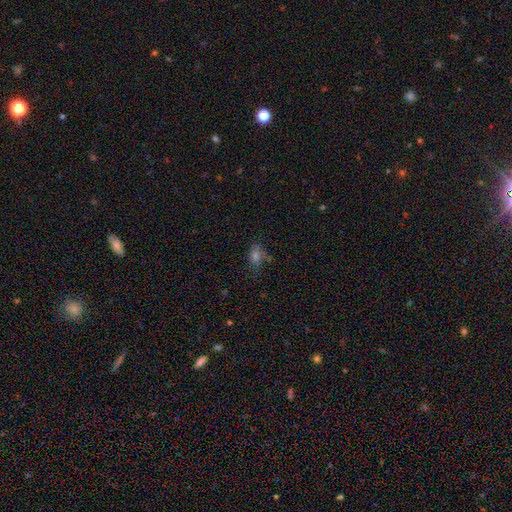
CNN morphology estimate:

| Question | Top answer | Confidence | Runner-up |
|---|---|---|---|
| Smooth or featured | smooth | 53% | star or artifact (31%) |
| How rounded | in between | 73% | round (22%) |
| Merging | none | 66% | minor disturbance (20%) |